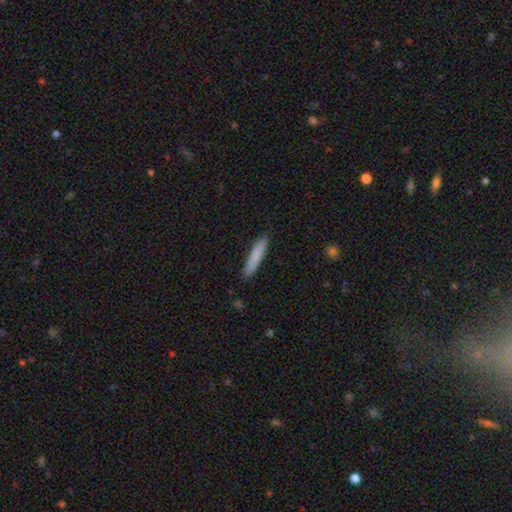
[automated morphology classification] type=smooth (82%); roundness=cigar-shaped (93%); merging=none (89%).